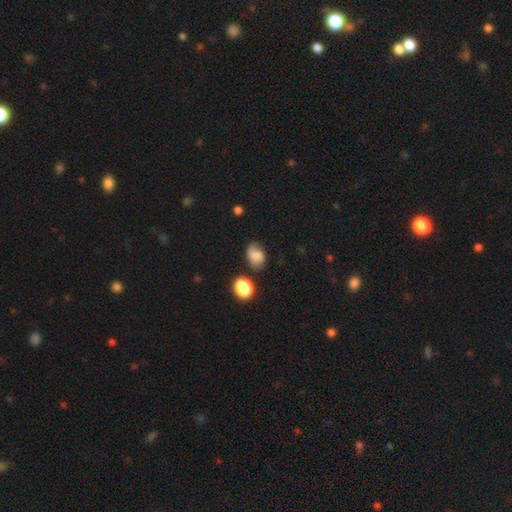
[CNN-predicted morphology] Smooth or featured?
  - smooth: 61% *
  - featured or disk: 27%
  - star or artifact: 12%
How rounded?
  - in between: 65% *
  - round: 34%
  - cigar-shaped: 1%
Merging?
  - none: 50% *
  - minor disturbance: 31%
  - major disturbance: 14%
  - merger: 6%